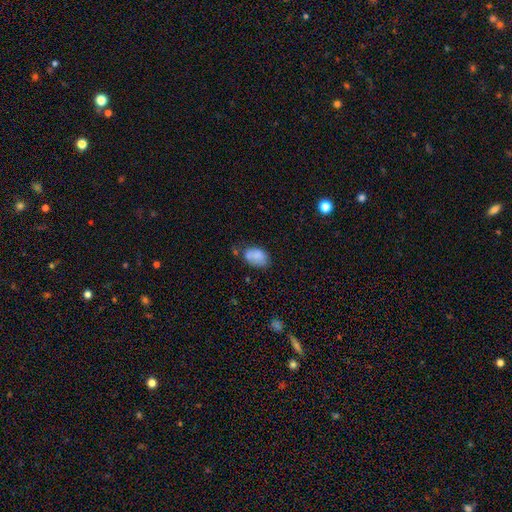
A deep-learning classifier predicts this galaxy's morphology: smooth_or_featured: smooth (p=0.77) [alt: featured or disk p=0.14]
how_rounded: in between (p=0.85) [alt: round p=0.13]
merging: none (p=0.52) [alt: minor disturbance p=0.27]